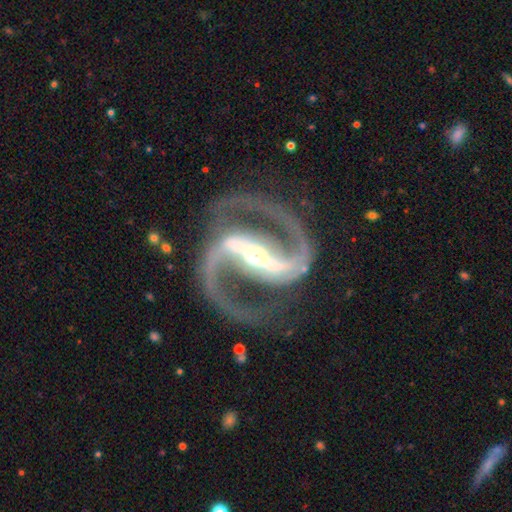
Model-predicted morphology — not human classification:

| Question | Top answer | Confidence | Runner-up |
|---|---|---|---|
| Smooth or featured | featured or disk | 94% | star or artifact (4%) |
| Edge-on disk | no | 98% | yes (2%) |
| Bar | strong | 83% | weak (12%) |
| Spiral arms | yes | 99% | no (1%) |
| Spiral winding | medium | 69% | tight (19%) |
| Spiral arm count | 2 | 95% | 3 (1%) |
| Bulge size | small | 60% | moderate (35%) |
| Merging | none | 83% | minor disturbance (10%) |